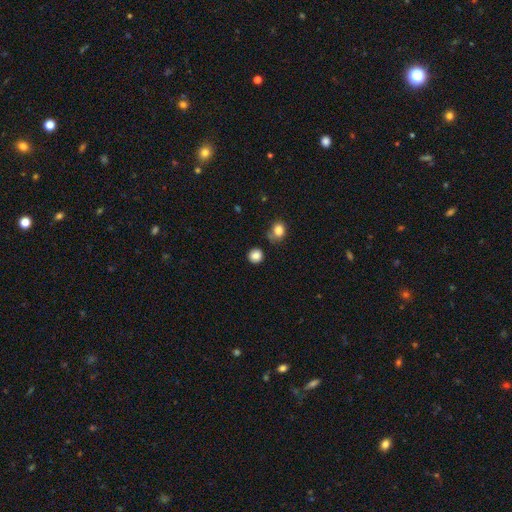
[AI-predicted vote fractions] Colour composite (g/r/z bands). It shows a smooth galaxy with no disk features (85%) that is round (89%). Merging: none (81%).